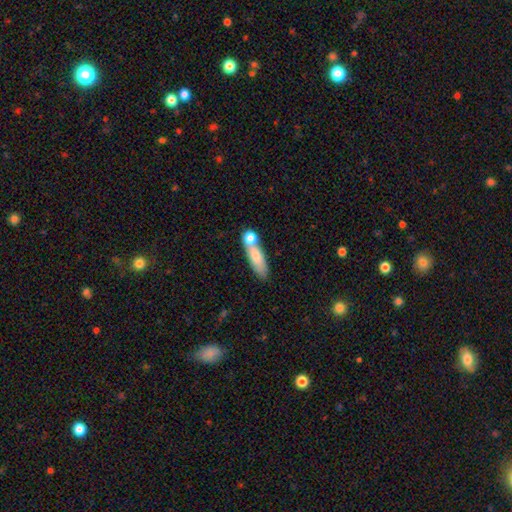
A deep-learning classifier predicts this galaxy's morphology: Smooth or featured? smooth (73%)
How rounded? cigar-shaped (50%)
Merging? merger (42%)